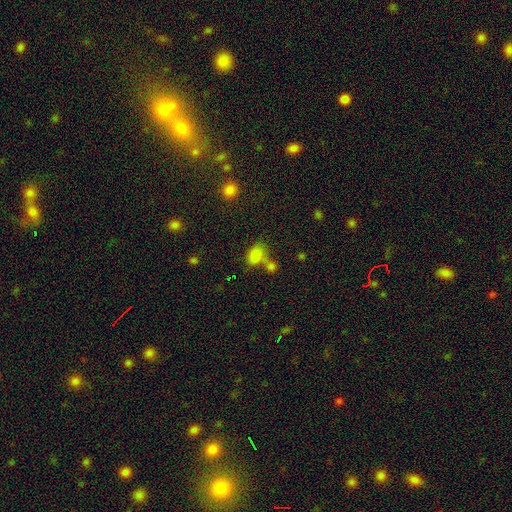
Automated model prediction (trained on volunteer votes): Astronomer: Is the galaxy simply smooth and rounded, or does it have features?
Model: smooth — 81%.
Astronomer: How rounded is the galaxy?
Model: in between — 83%.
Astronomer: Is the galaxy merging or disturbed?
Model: none — 42% (runner-up: merger, 37%).